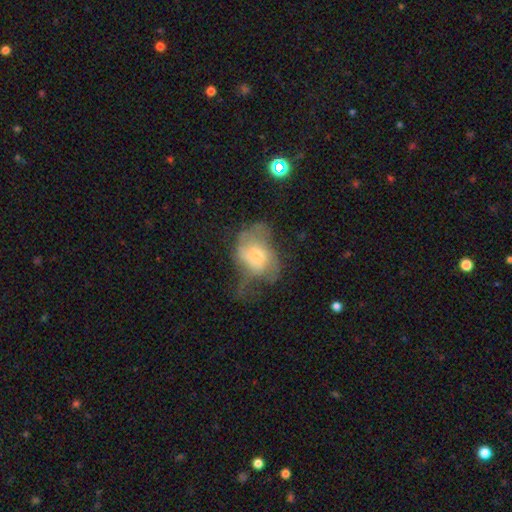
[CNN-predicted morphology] featured or disk 49%, smooth 42%, star or artifact 9%. Down the decision tree: merging — major disturbance (48%).